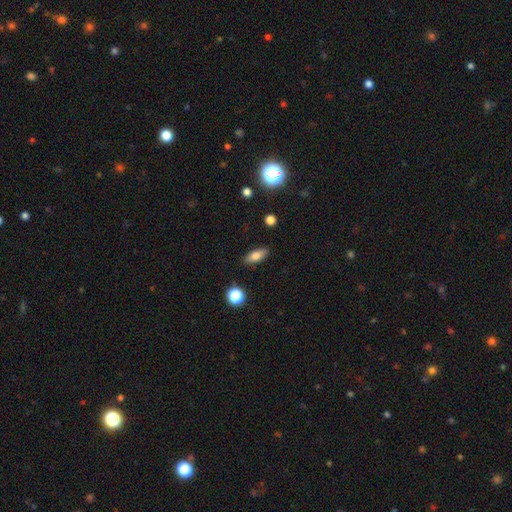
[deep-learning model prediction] A smooth galaxy with no disk features (77%) that is in between round and cigar-shaped (77%).

Vote fractions:
- Smooth or featured? smooth: 77% / featured or disk: 14% / star or artifact: 9%
- How rounded? in between: 77% / cigar-shaped: 18% / round: 5%
- Merging? none: 87% / minor disturbance: 9% / major disturbance: 2% / merger: 2%